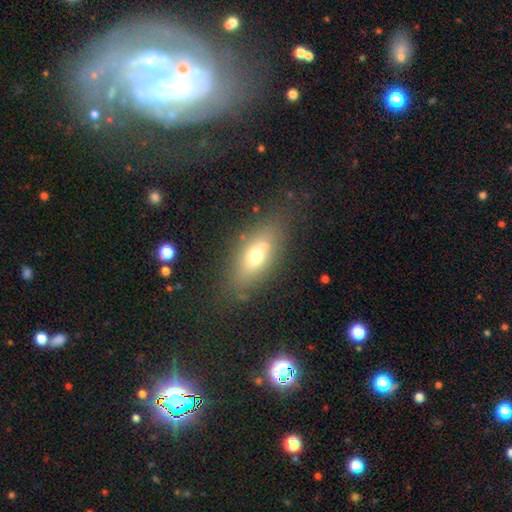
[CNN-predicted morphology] This is likely a smooth galaxy (61%). How rounded: likely in between (78%). Merging: likely none (73%).